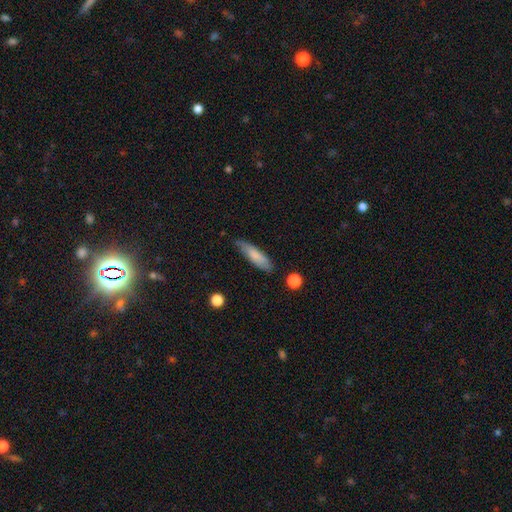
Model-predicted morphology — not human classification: Q: Smooth or featured?
A: smooth (79%); runner-up: featured or disk (15%)
Q: How rounded?
A: cigar-shaped (64%); runner-up: in between (34%)
Q: Merging?
A: none (76%); runner-up: minor disturbance (19%)